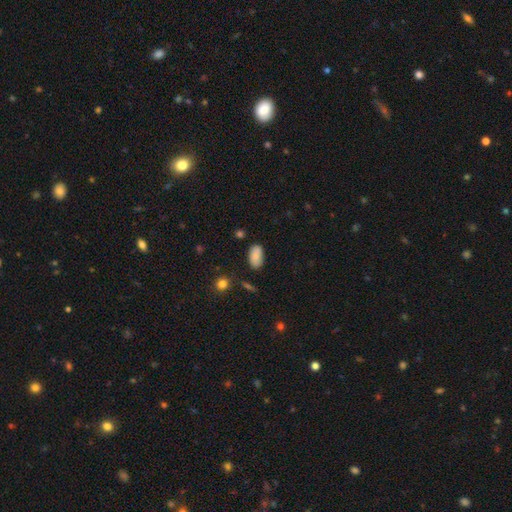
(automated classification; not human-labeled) Smooth or featured? Predicted: smooth (p=0.87). How rounded? Predicted: in between (p=0.94). Merging? Predicted: none (p=0.80).